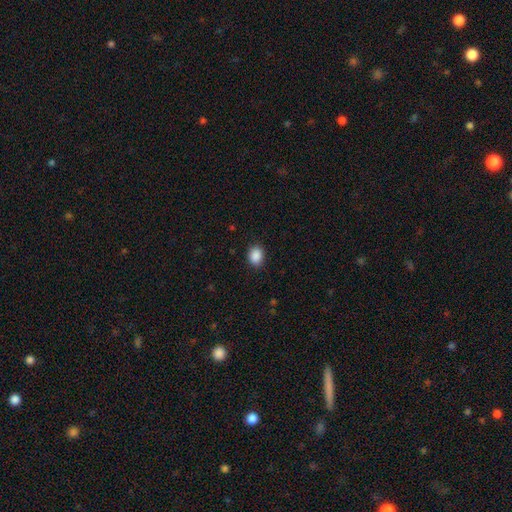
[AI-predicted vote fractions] Smooth or featured: smooth — 89% (star or artifact — 8%)
How rounded: in between — 60% (round — 39%)
Merging: none — 88% (minor disturbance — 9%)